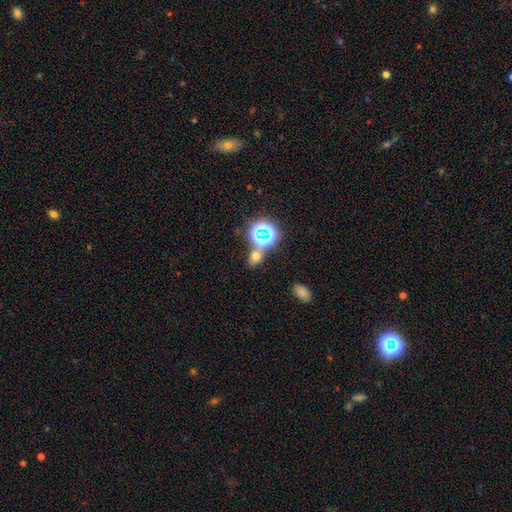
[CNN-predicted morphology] Smooth or featured? Predicted: smooth (p=0.56). How rounded? Predicted: in between (p=0.61). Merging? Predicted: none (p=0.63).